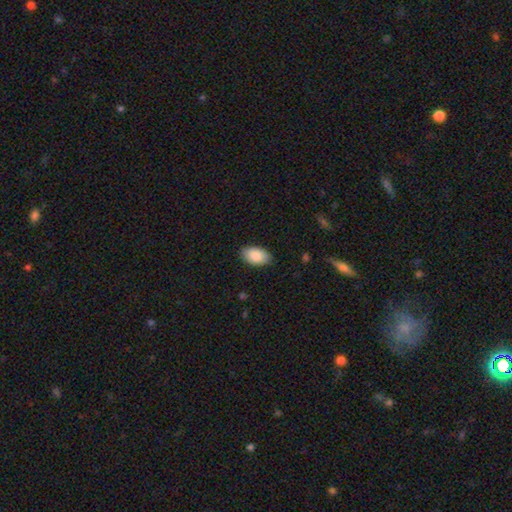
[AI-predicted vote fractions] smooth 88%, star or artifact 6%, featured or disk 6%. Down the decision tree: how rounded — in between (95%); merging — none (87%).